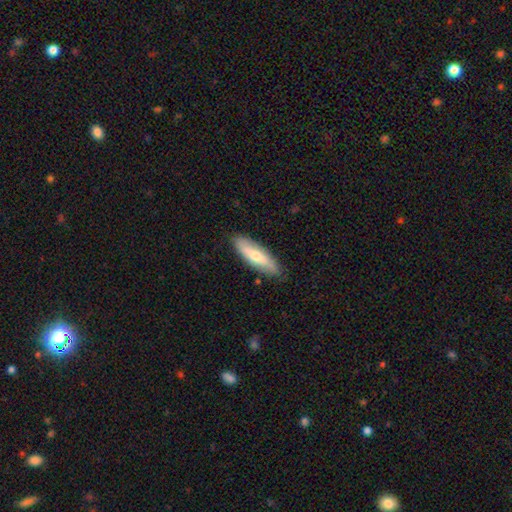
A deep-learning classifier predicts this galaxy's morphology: smooth 55%, featured or disk 40%, star or artifact 5%. Down the decision tree: how rounded — cigar-shaped (51%); merging — none (85%).